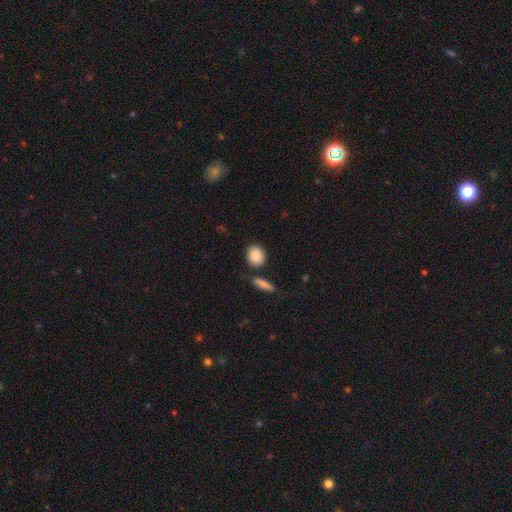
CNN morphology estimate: type=smooth (89%); roundness=round (56%); merging=none (78%).